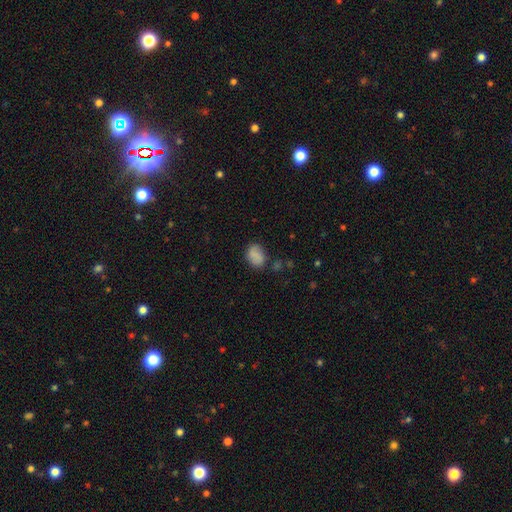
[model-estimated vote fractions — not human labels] Q: Smooth or featured?
A: smooth (80%); runner-up: featured or disk (11%)
Q: How rounded?
A: in between (71%); runner-up: round (28%)
Q: Merging?
A: none (71%); runner-up: minor disturbance (19%)